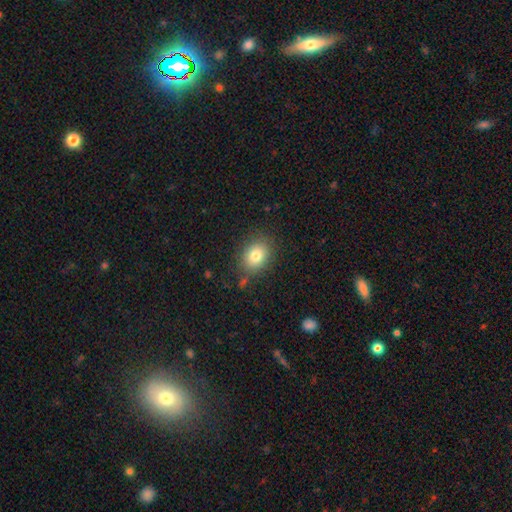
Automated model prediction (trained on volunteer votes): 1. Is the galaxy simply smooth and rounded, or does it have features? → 80% smooth, 10% star or artifact, 9% featured or disk.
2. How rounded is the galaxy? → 50% in between, 49% round, 1% cigar-shaped.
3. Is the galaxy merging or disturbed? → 81% none, 12% minor disturbance, 4% major disturbance, 3% merger.